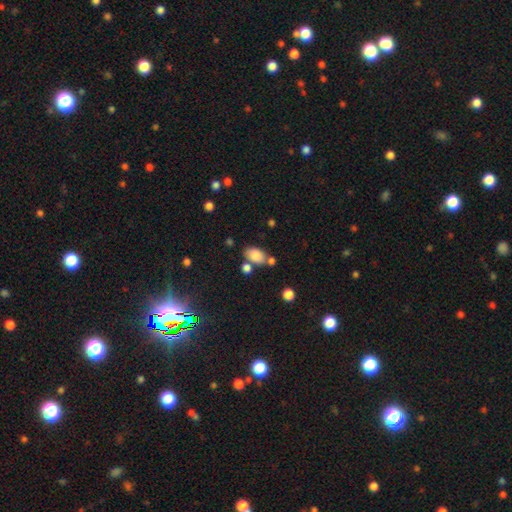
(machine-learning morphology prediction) Q: Smooth or featured?
A: smooth (82%); runner-up: star or artifact (10%)
Q: How rounded?
A: in between (88%); runner-up: round (11%)
Q: Merging?
A: none (59%); runner-up: merger (21%)